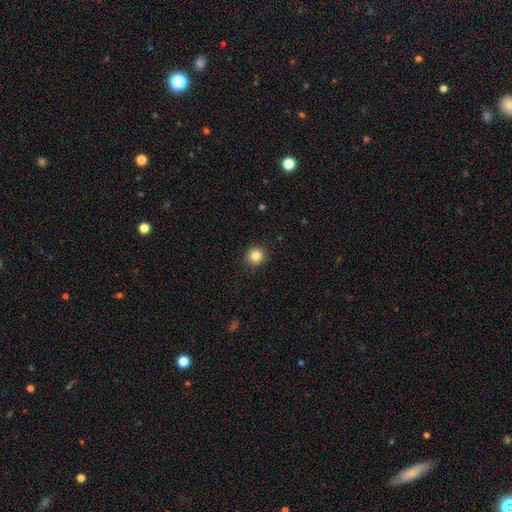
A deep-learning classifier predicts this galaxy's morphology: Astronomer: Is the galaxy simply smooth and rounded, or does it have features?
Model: smooth — 84%.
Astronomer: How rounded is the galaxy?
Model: round — 93%.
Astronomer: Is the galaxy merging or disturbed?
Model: none — 91%.